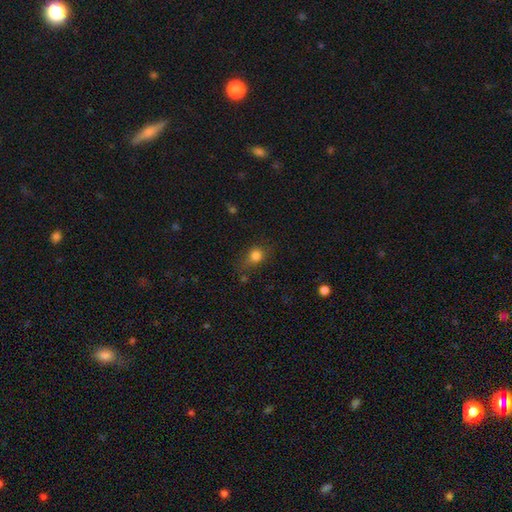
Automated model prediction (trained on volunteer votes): smooth-or-featured: smooth: 80% | star or artifact: 13% | featured or disk: 8%
  how-rounded: round: 63% | in between: 34% | cigar-shaped: 2%
  merging: none: 59% | minor disturbance: 26% | major disturbance: 11% | merger: 4%